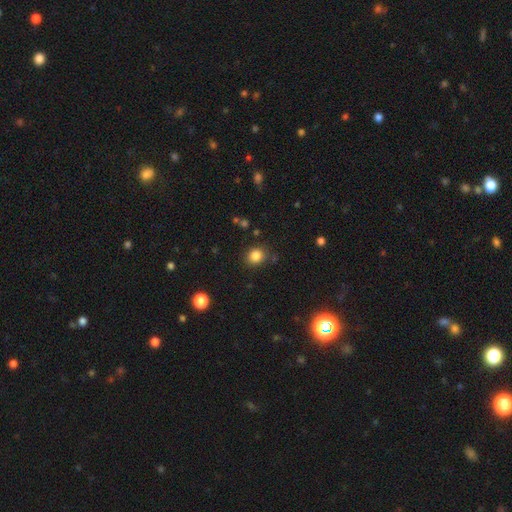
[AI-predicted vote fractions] Smooth or featured?
  - smooth: 84% *
  - star or artifact: 12%
  - featured or disk: 4%
How rounded?
  - round: 75% *
  - in between: 24%
  - cigar-shaped: 1%
Merging?
  - none: 83% *
  - minor disturbance: 11%
  - major disturbance: 3%
  - merger: 3%